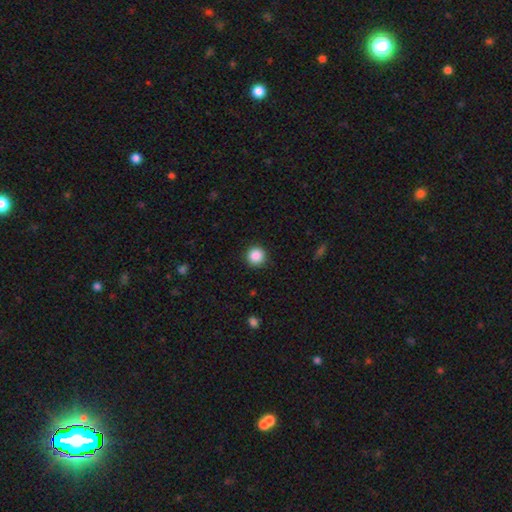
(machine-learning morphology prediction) Q: Smooth or featured?
A: smooth (87%); runner-up: star or artifact (10%)
Q: How rounded?
A: round (95%); runner-up: in between (4%)
Q: Merging?
A: none (90%); runner-up: minor disturbance (6%)